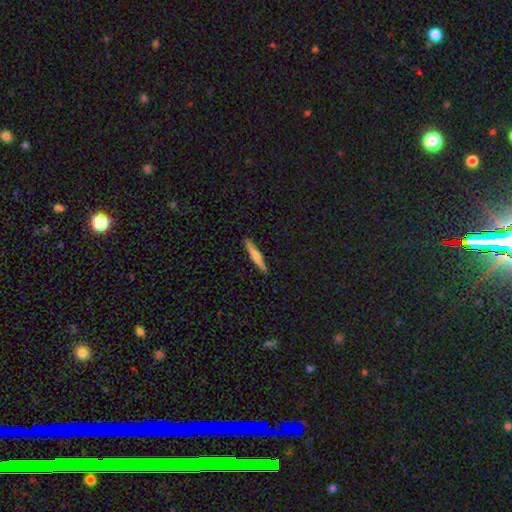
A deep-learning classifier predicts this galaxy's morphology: smooth 48%, featured or disk 45%, star or artifact 6%. Down the decision tree: merging — none (91%).